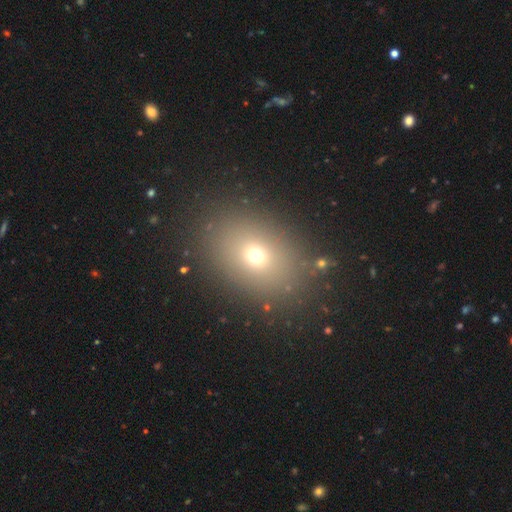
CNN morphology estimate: Smooth or featured? Predicted: smooth (p=0.68). How rounded? Predicted: in between (p=0.63). Merging? Predicted: none (p=0.85).